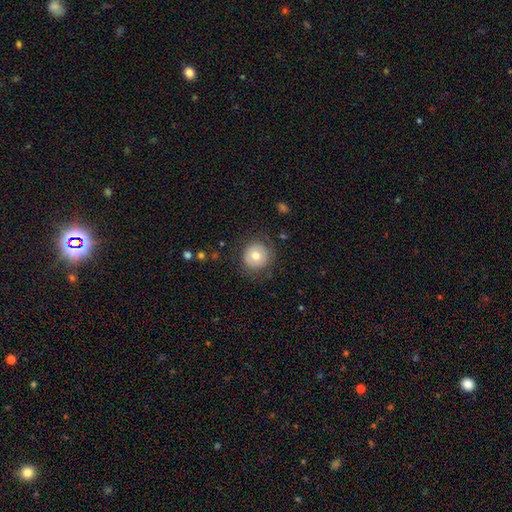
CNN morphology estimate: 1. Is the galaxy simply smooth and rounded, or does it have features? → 69% smooth, 22% featured or disk, 9% star or artifact.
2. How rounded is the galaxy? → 93% round, 6% in between, 1% cigar-shaped.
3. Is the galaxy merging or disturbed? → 79% none, 13% minor disturbance, 7% major disturbance, 1% merger.